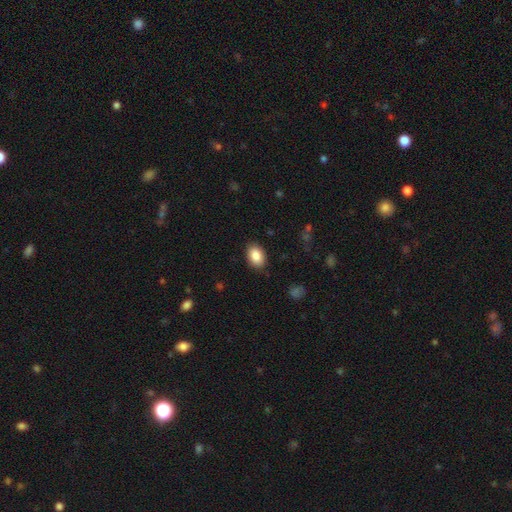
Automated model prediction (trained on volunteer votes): Smooth or featured?
  - smooth: 87% *
  - star or artifact: 7%
  - featured or disk: 5%
How rounded?
  - in between: 86% *
  - round: 13%
  - cigar-shaped: 1%
Merging?
  - none: 87% *
  - minor disturbance: 9%
  - major disturbance: 2%
  - merger: 1%